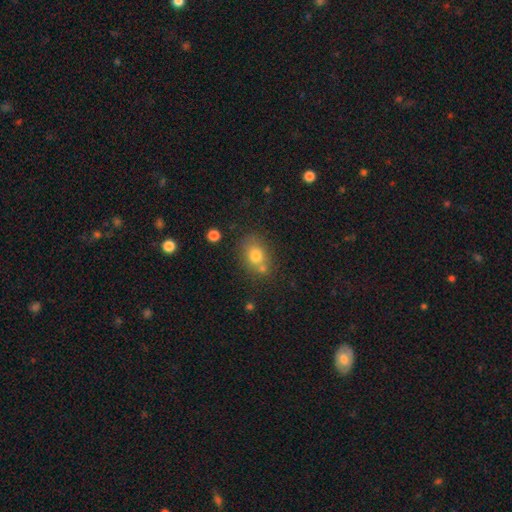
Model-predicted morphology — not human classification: smooth_or_featured: smooth (p=0.76) [alt: star or artifact p=0.12]
how_rounded: in between (p=0.58) [alt: round p=0.40]
merging: none (p=0.64) [alt: merger p=0.17]